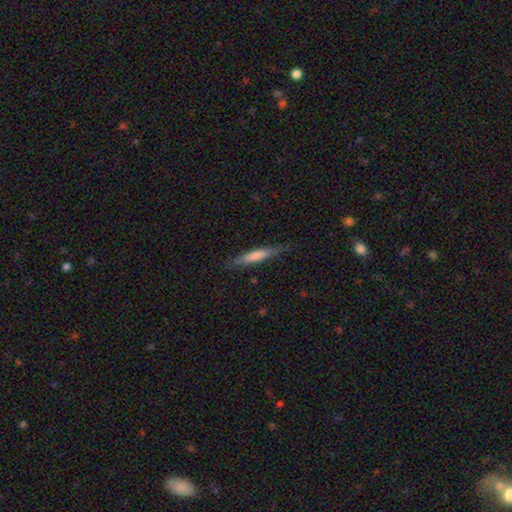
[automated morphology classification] smooth 55%, featured or disk 39%, star or artifact 6%. Down the decision tree: how rounded — cigar-shaped (93%); merging — none (84%).